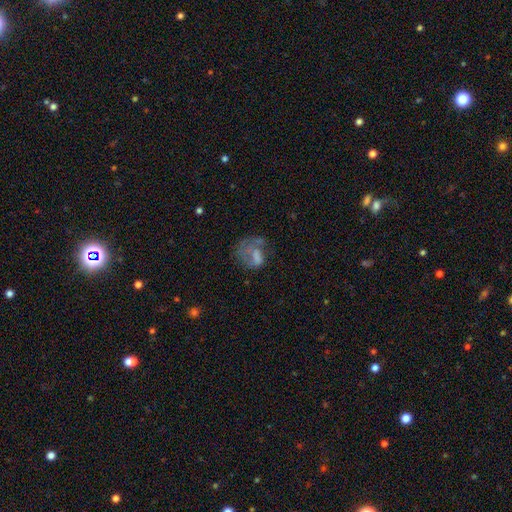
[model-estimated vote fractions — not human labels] A smooth galaxy with no disk features (51%) that is in between round and cigar-shaped (60%). Merging: major disturbance (49%).